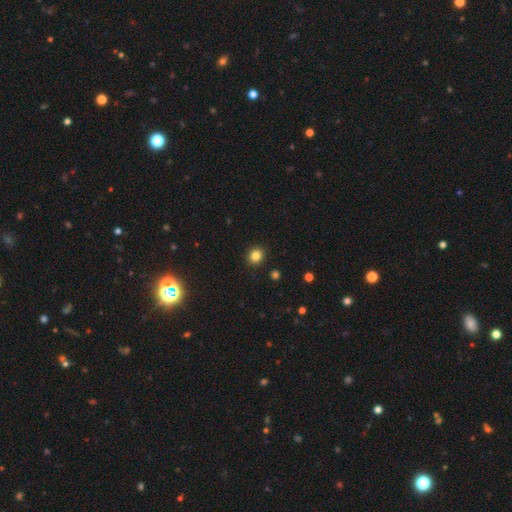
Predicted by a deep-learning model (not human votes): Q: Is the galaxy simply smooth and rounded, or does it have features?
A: smooth — 84%.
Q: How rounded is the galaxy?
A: round — 76%.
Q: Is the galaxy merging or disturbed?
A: none — 91%.